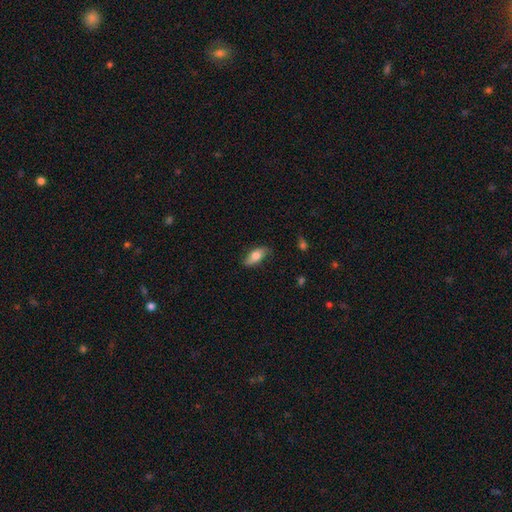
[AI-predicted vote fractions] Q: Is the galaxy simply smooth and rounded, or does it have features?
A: smooth — 71%.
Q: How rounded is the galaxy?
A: in between — 82%.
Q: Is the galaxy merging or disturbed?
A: none — 76%.